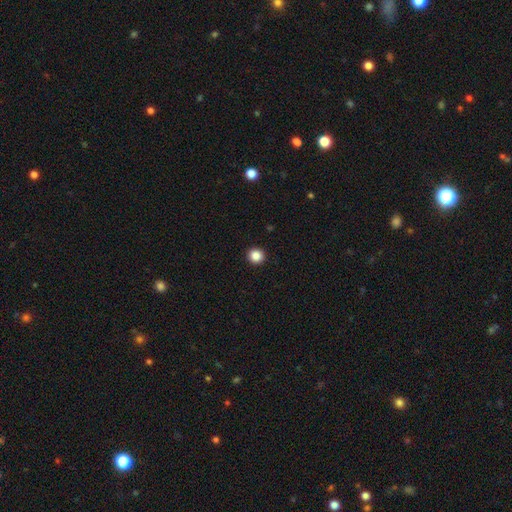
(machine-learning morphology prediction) smooth 86%, star or artifact 10%, featured or disk 3%. Down the decision tree: how rounded — round (94%); merging — none (94%).